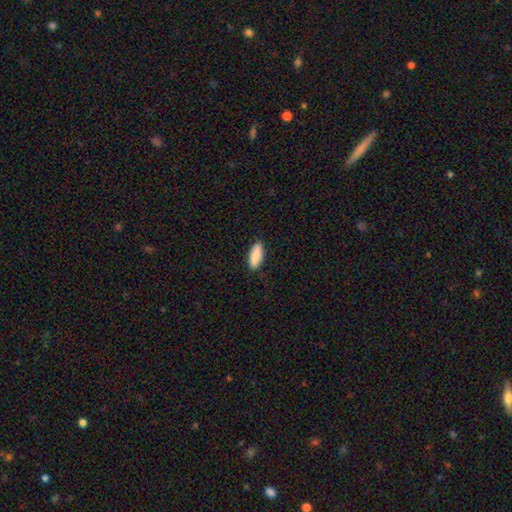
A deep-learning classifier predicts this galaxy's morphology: A smooth galaxy with no disk features (90%) that is in between round and cigar-shaped (78%). Merging: none (90%).